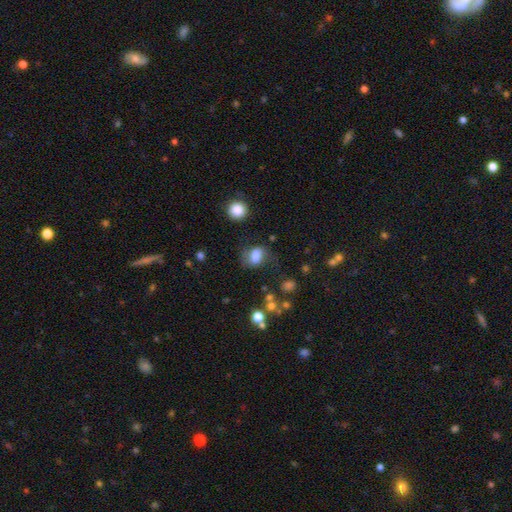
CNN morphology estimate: Overall: smooth (75%). How rounded: in between (71%). Merging: none (56%; minor disturbance 24%).